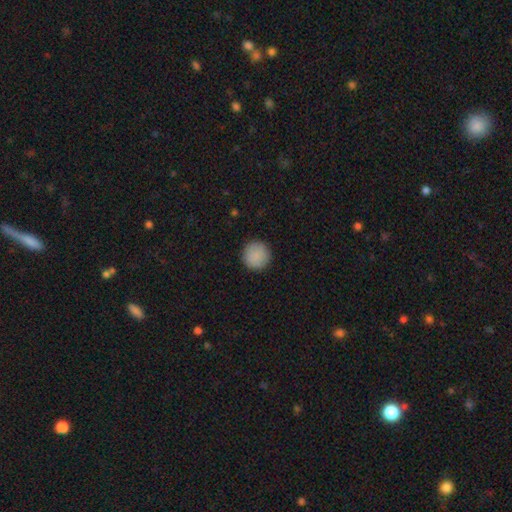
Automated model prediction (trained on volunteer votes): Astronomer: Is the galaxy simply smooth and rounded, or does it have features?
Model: smooth — 89%.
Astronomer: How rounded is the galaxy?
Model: round — 95%.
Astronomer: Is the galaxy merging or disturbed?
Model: none — 92%.